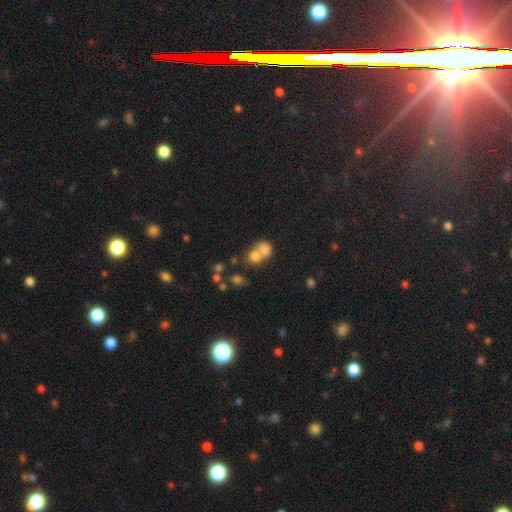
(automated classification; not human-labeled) Smooth or featured?
  - smooth: 73% *
  - featured or disk: 15%
  - star or artifact: 13%
How rounded?
  - round: 60% *
  - in between: 38%
  - cigar-shaped: 1%
Merging?
  - merger: 62% *
  - none: 26%
  - minor disturbance: 7%
  - major disturbance: 5%